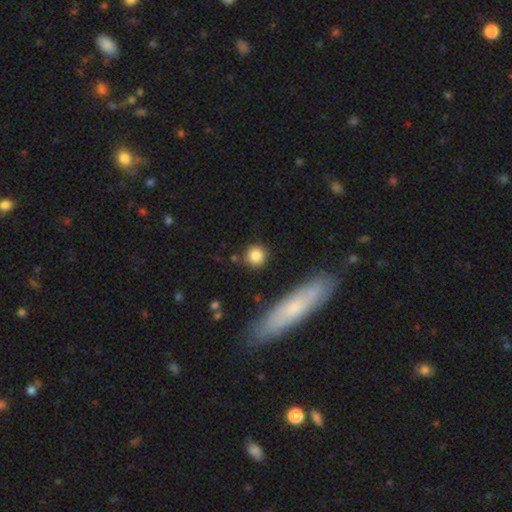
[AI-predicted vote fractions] This appears to be a smooth galaxy with no disk features (84%) that is round (91%). Merging: none (83%).